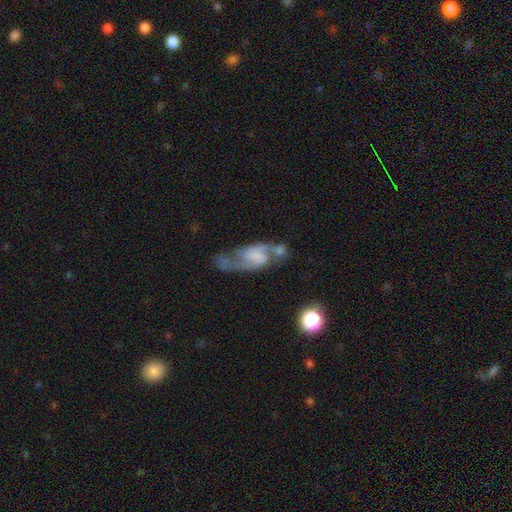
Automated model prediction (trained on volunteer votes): smooth-or-featured: featured or disk: 82% | smooth: 12% | star or artifact: 6%
  disk-edge-on: no: 95% | yes: 5%
    bar: weak: 45% | no: 37% | strong: 18%
    has-spiral-arms: yes: 94% | no: 6%
      spiral-winding: loose: 51% | medium: 40% | tight: 10%
      spiral-arm-count: 2: 90% | can't tell: 3% | 1: 3% | 3: 1% | 4: 1% | more than 4: 1%
    bulge-size: none: 50% | small: 24% | moderate: 15% | large: 10% | dominant: 2%
  merging: none: 45% | minor disturbance: 20% | merger: 19% | major disturbance: 16%